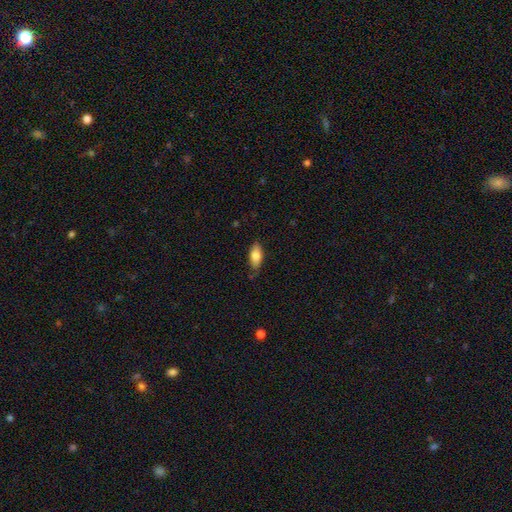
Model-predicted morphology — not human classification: Smooth or featured? Predicted: smooth (p=0.77). How rounded? Predicted: in between (p=0.83). Merging? Predicted: none (p=0.77).